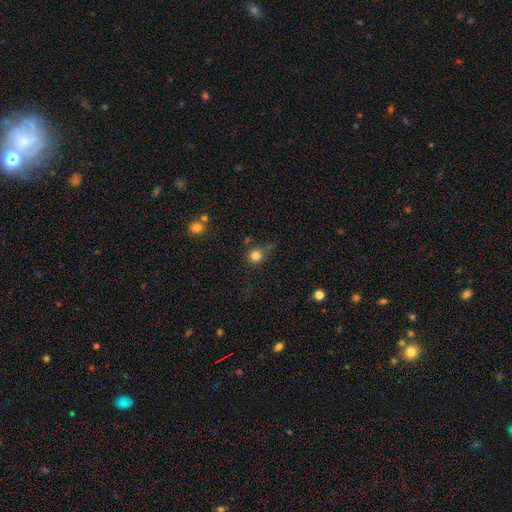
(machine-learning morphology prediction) A smooth galaxy with no disk features (82%) that is round (92%). Merging: none (70%).